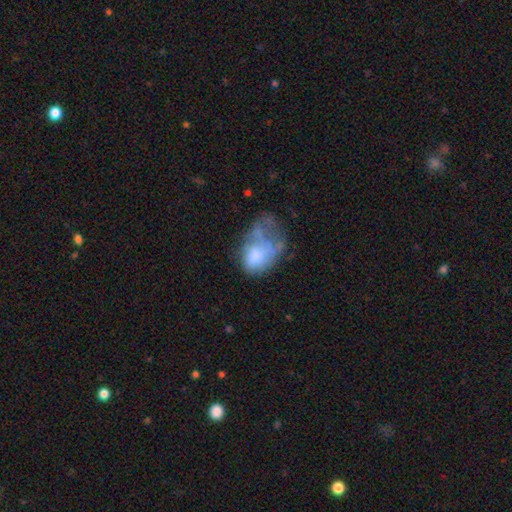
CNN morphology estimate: Smooth or featured? Predicted: smooth (p=0.52). How rounded? Predicted: in between (p=0.79). Merging? Predicted: major disturbance (p=0.46).